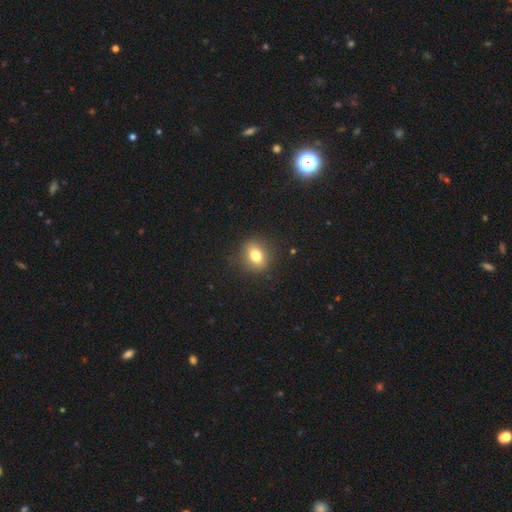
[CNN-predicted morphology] Q: Smooth or featured?
A: smooth (78%); runner-up: star or artifact (11%)
Q: How rounded?
A: round (58%); runner-up: in between (41%)
Q: Merging?
A: none (87%); runner-up: minor disturbance (9%)